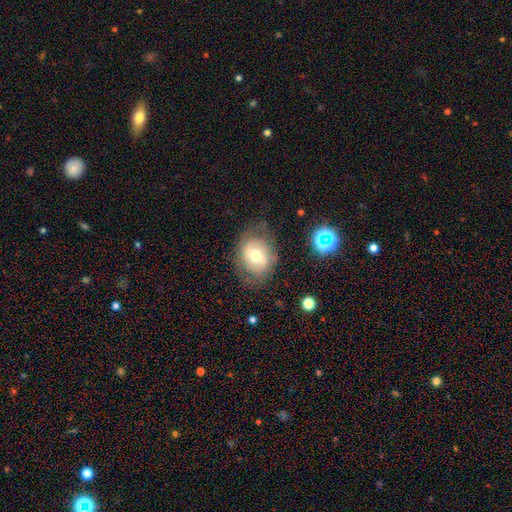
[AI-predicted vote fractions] Smooth or featured?
  - smooth: 57% *
  - featured or disk: 32%
  - star or artifact: 11%
How rounded?
  - round: 53% *
  - in between: 46%
  - cigar-shaped: 1%
Merging?
  - none: 69% *
  - minor disturbance: 19%
  - major disturbance: 10%
  - merger: 2%